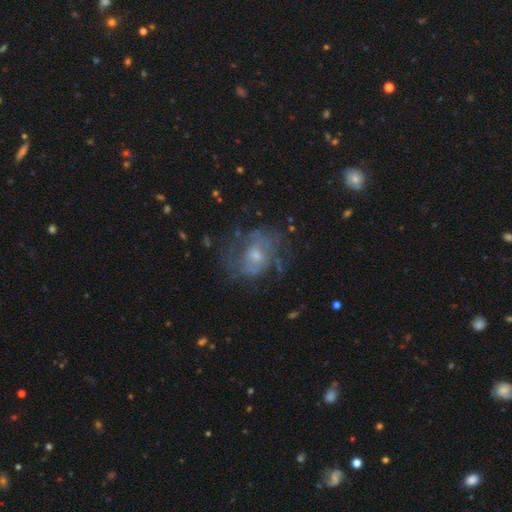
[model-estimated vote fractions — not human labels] The model was most divided on "spiral arms": yes: 55%, no: 45%. More confident: edge-on disk — no (97%); bar — no (71%); smooth or featured — featured or disk (62%); merging — none (52%); bulge size — small (51%).